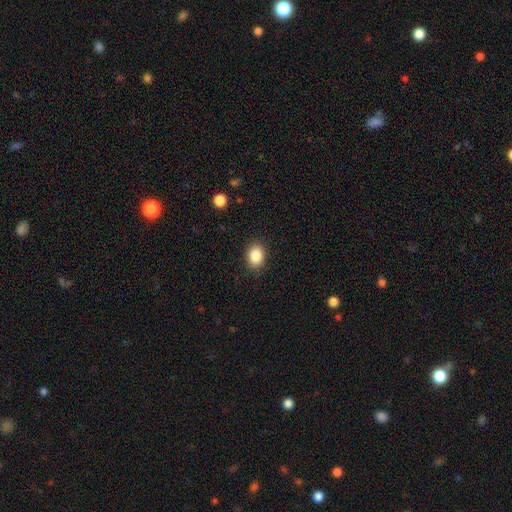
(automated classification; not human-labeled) Smooth or featured? Predicted: smooth (p=0.87). How rounded? Predicted: in between (p=0.66). Merging? Predicted: none (p=0.88).